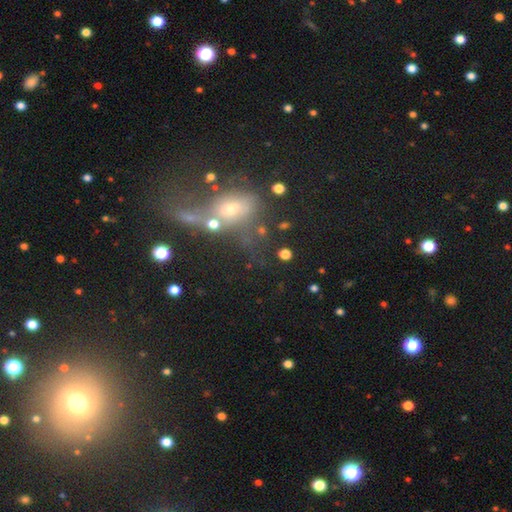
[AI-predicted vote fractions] Smooth or featured: smooth — 35% (star or artifact — 33%)
Merging: merger — 32% (major disturbance — 28%)